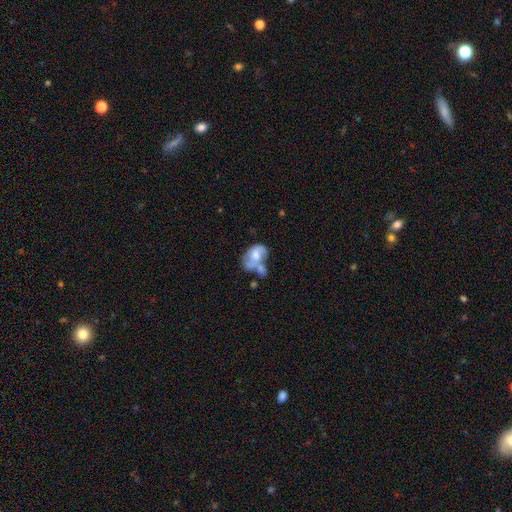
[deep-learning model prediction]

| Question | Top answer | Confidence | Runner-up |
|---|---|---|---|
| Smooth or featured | featured or disk | 51% | smooth (42%) |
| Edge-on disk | no | 97% | yes (3%) |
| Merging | merger | 48% | none (20%) |